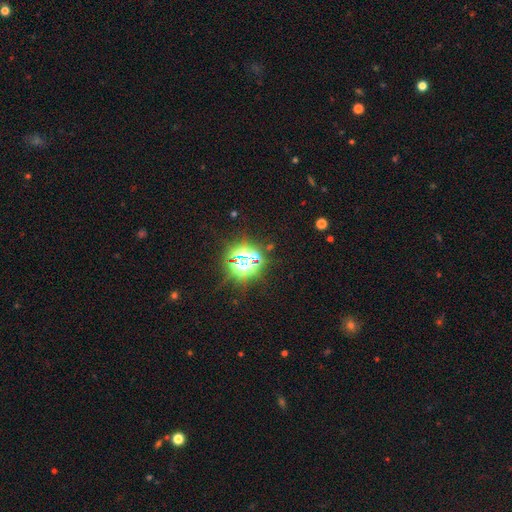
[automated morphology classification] Overall: star or artifact (81%).